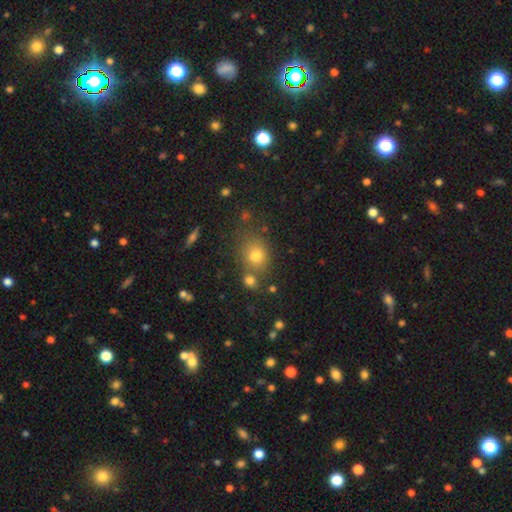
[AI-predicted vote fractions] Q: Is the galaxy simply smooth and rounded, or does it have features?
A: smooth — 74%.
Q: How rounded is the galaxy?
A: in between — 50%.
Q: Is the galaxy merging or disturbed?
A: none — 63%.